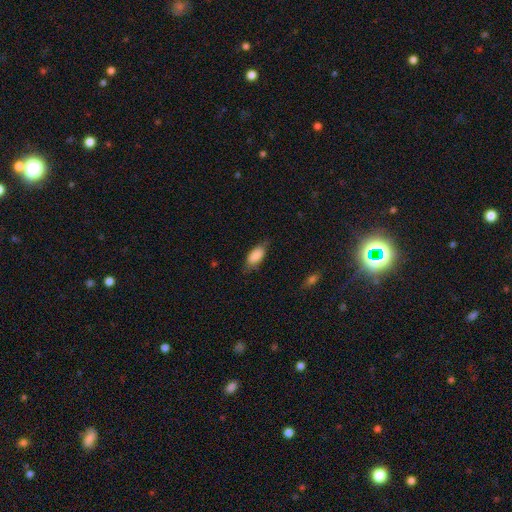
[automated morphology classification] type=smooth (86%); roundness=in between (87%); merging=none (72%).